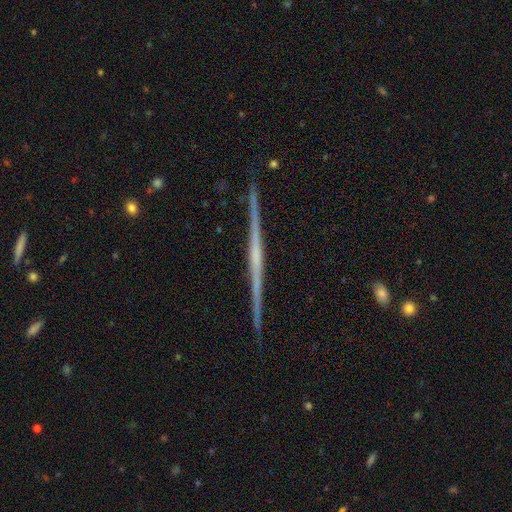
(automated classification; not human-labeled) Smooth or featured: featured or disk — 81% (smooth — 13%)
Edge-on disk: yes — 99% (no — 1%)
Edge-on bulge: none — 51% (rounded — 39%)
Merging: none — 92% (minor disturbance — 5%)